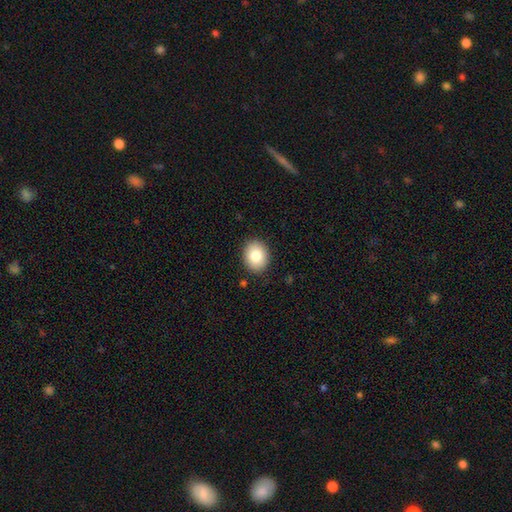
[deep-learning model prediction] Morphology: type=smooth (81%); roundness=round (52%); merging=none (89%).